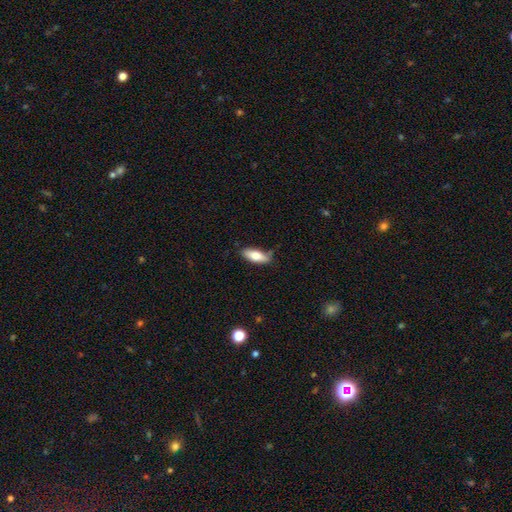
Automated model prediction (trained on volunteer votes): Smooth or featured? smooth (76%)
How rounded? in between (73%)
Merging? none (69%)